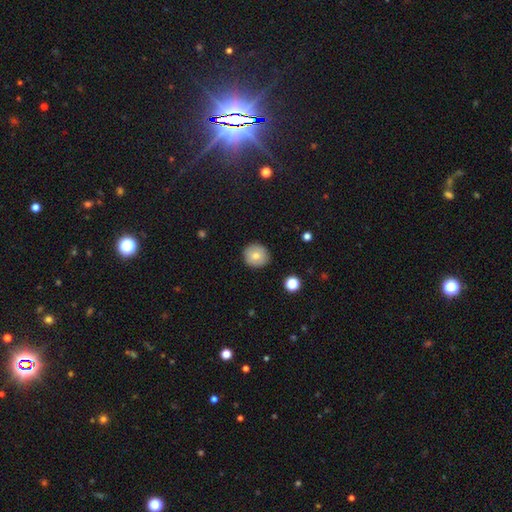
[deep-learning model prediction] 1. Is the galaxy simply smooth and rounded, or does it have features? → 77% smooth, 15% featured or disk, 9% star or artifact.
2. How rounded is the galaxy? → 93% round, 6% in between, 1% cigar-shaped.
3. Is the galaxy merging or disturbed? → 89% none, 8% minor disturbance, 2% major disturbance, 1% merger.